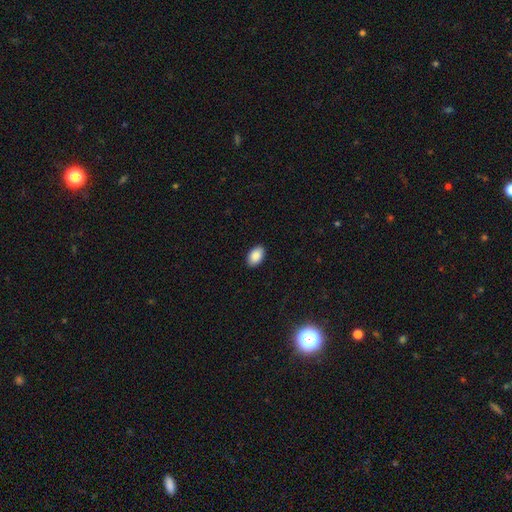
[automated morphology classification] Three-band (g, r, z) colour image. It shows a smooth galaxy with no disk features (89%) that is in between round and cigar-shaped (93%). Merging: none (90%).